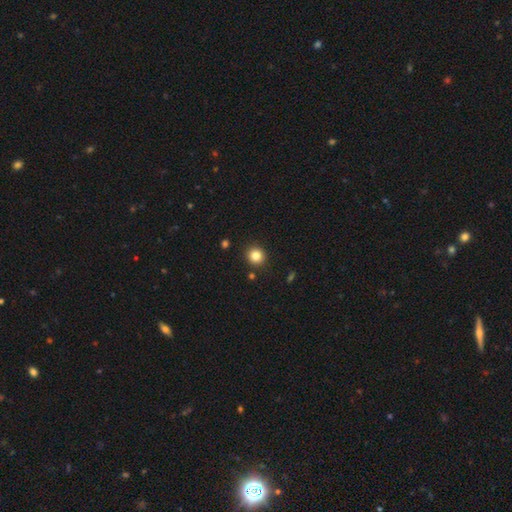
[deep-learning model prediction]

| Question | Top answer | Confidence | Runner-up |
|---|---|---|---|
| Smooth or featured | smooth | 83% | star or artifact (12%) |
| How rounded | round | 89% | in between (10%) |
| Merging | none | 90% | minor disturbance (6%) |